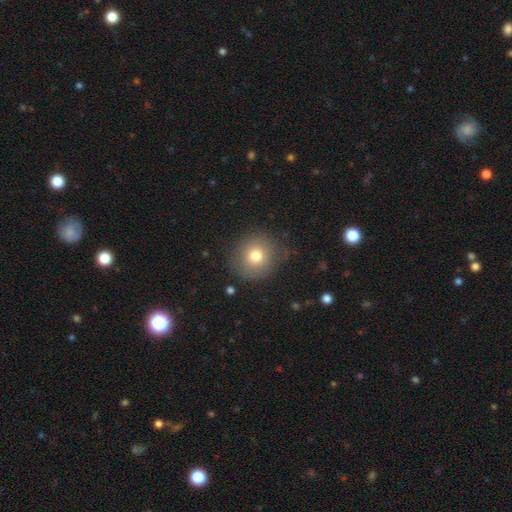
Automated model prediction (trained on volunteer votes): Smooth or featured?
  - smooth: 75% *
  - featured or disk: 14%
  - star or artifact: 11%
How rounded?
  - round: 88% *
  - in between: 11%
  - cigar-shaped: 1%
Merging?
  - none: 79% *
  - minor disturbance: 14%
  - major disturbance: 5%
  - merger: 2%